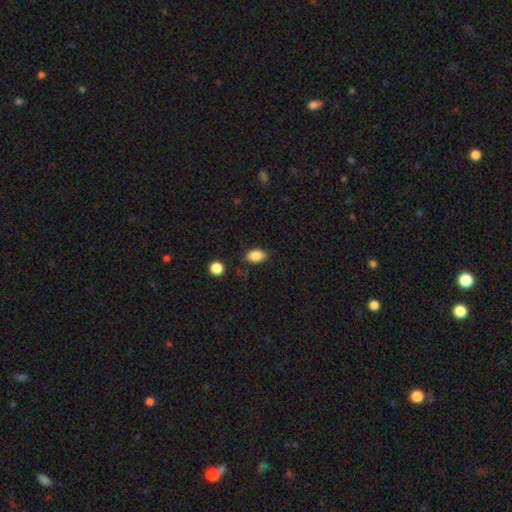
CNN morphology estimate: A smooth galaxy with no disk features (87%) that is in between round and cigar-shaped (89%). Merging: none (80%).